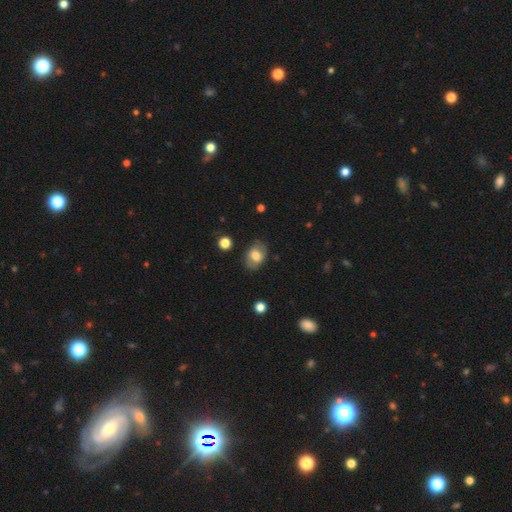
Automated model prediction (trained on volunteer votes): Overall: smooth (65%; featured or disk 27%). How rounded: in between (68%; round 31%). Merging: none (76%).